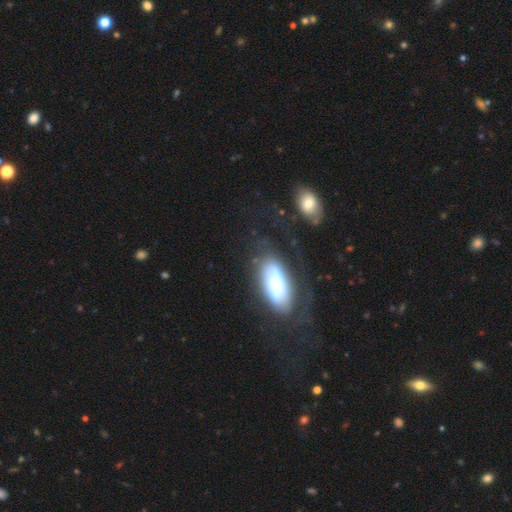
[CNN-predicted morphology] smooth-or-featured: featured or disk: 45% | smooth: 43% | star or artifact: 12%
  merging: none: 55% | major disturbance: 21% | minor disturbance: 19% | merger: 4%